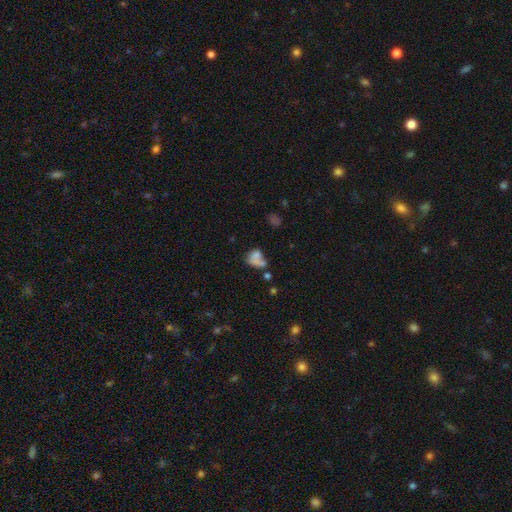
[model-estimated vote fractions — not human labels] smooth 62%, featured or disk 24%, star or artifact 14%. Down the decision tree: how rounded — in between (65%); merging — merger (33%).